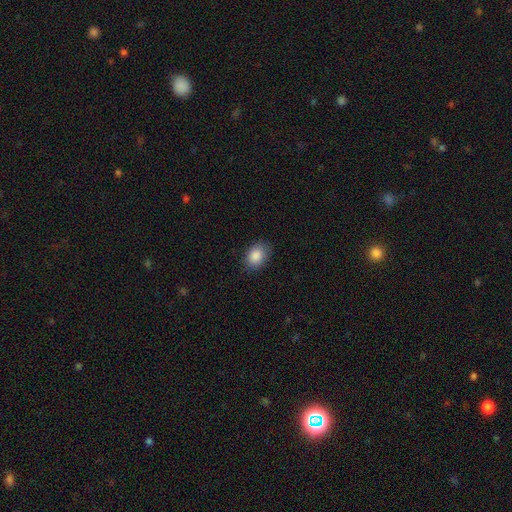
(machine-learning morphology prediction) smooth 88%, star or artifact 8%, featured or disk 4%. Down the decision tree: how rounded — in between (72%); merging — none (82%).